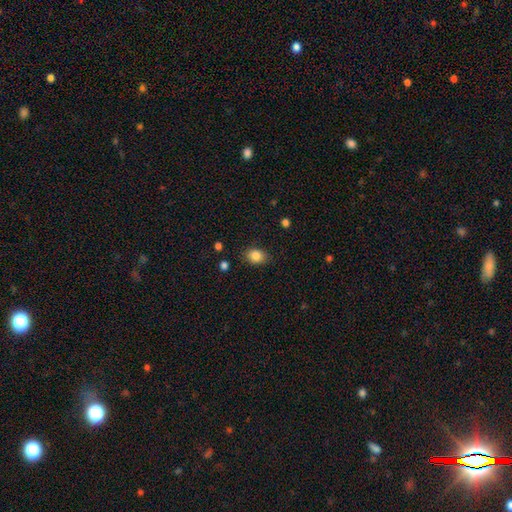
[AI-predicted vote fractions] Smooth or featured?
  - smooth: 85% *
  - star or artifact: 9%
  - featured or disk: 6%
How rounded?
  - in between: 60% *
  - round: 39%
  - cigar-shaped: 1%
Merging?
  - none: 82% *
  - minor disturbance: 14%
  - major disturbance: 3%
  - merger: 1%